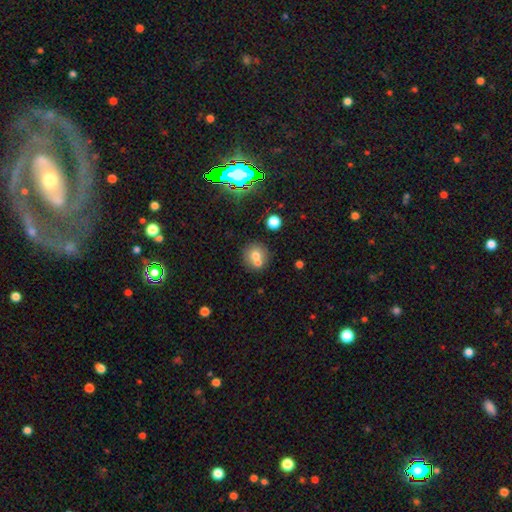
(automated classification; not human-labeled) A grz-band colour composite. It shows a smooth galaxy with no disk features (66%) that is round (87%). Merging: none (48%).